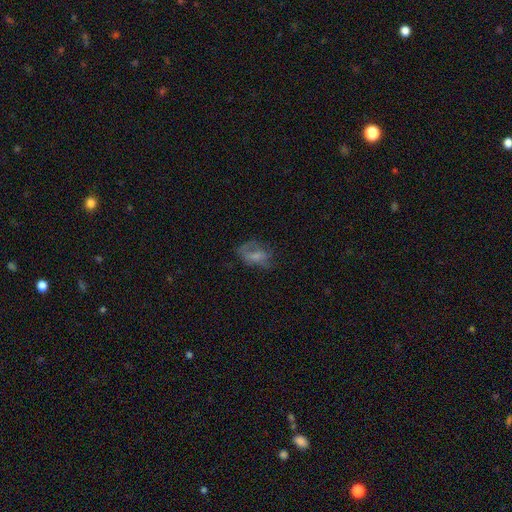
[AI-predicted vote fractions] smooth-or-featured: smooth: 50% | featured or disk: 38% | star or artifact: 13%
  merging: none: 42% | major disturbance: 30% | minor disturbance: 25% | merger: 2%